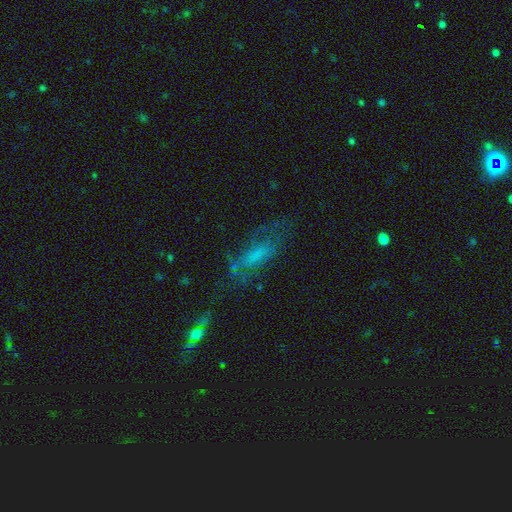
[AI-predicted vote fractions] Overall: featured or disk (42%; smooth 41%). Merging: none (52%; minor disturbance 23%).